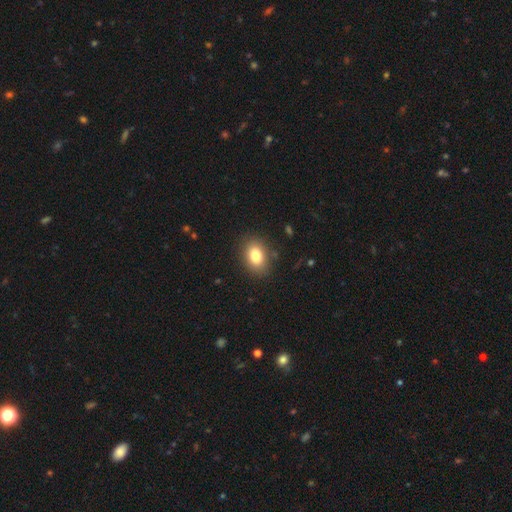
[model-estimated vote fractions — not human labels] The model was most divided on "how rounded": in between: 79%, round: 20%, cigar-shaped: 1%. More confident: merging — none (87%); smooth or featured — smooth (82%).